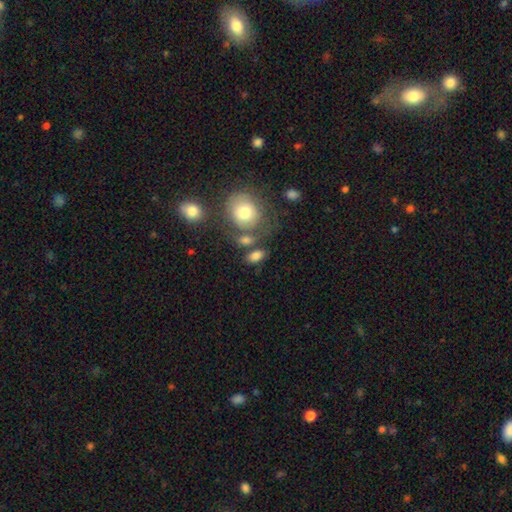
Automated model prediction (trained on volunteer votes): Morphology: type=smooth (79%); roundness=in between (80%); merging=none (63%).